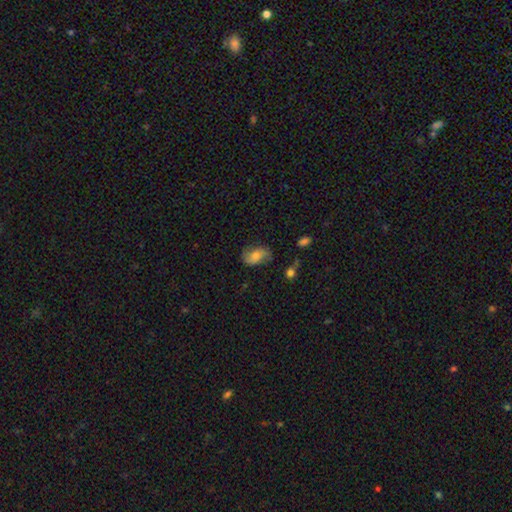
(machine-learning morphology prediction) smooth_or_featured: smooth (p=0.57) [alt: featured or disk p=0.35]
how_rounded: in between (p=0.86) [alt: round p=0.12]
merging: none (p=0.68) [alt: minor disturbance p=0.23]